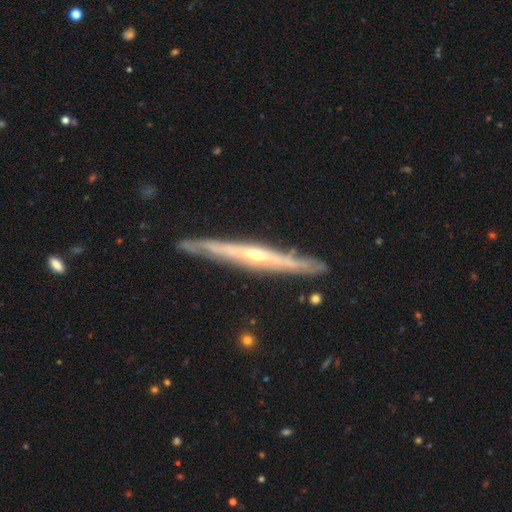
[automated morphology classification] featured or disk 82%, smooth 13%, star or artifact 5%. Down the decision tree: edge-on disk — yes (93%); edge-on bulge — rounded (74%); merging — none (85%).